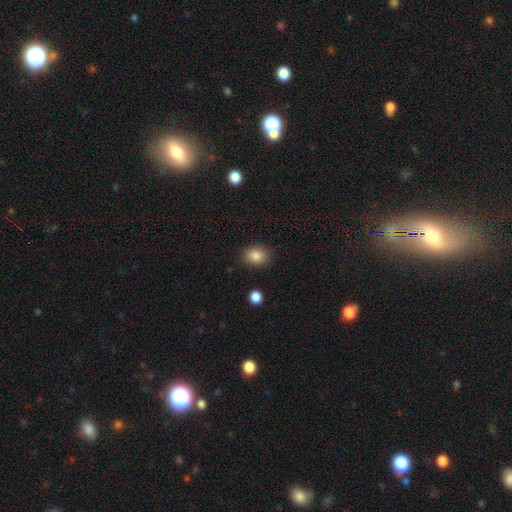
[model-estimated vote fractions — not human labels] Smooth or featured?
  - smooth: 86% *
  - star or artifact: 9%
  - featured or disk: 5%
How rounded?
  - round: 55% *
  - in between: 45%
  - cigar-shaped: 1%
Merging?
  - none: 86% *
  - minor disturbance: 9%
  - major disturbance: 3%
  - merger: 2%